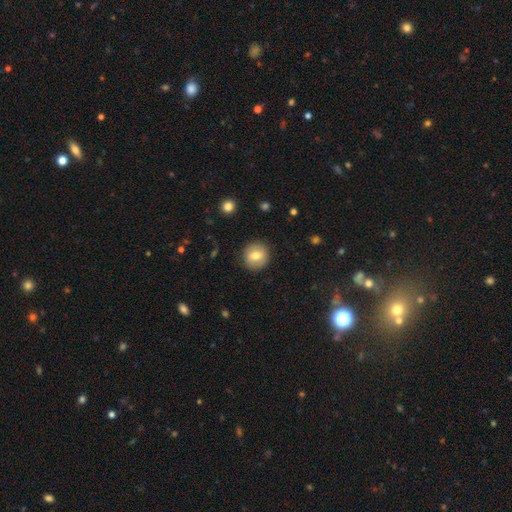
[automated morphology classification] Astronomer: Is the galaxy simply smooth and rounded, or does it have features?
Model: smooth — 73%.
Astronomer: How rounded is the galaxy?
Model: round — 89%.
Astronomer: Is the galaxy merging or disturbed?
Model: none — 89%.